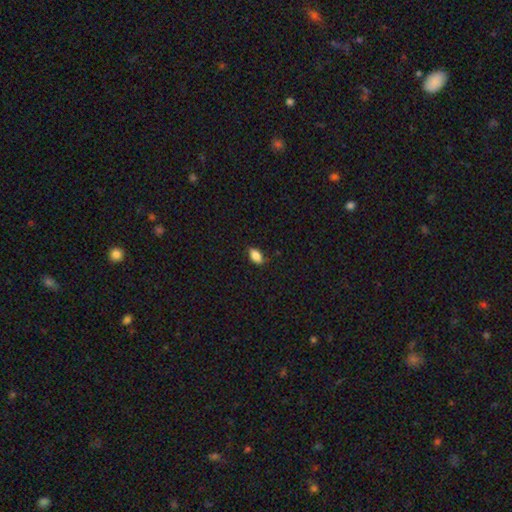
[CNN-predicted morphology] A smooth galaxy with no disk features (85%) that is in between round and cigar-shaped (90%).

Vote fractions:
- Smooth or featured? smooth: 85% / star or artifact: 8% / featured or disk: 7%
- How rounded? in between: 90% / round: 6% / cigar-shaped: 4%
- Merging? none: 83% / minor disturbance: 14% / major disturbance: 2% / merger: 1%